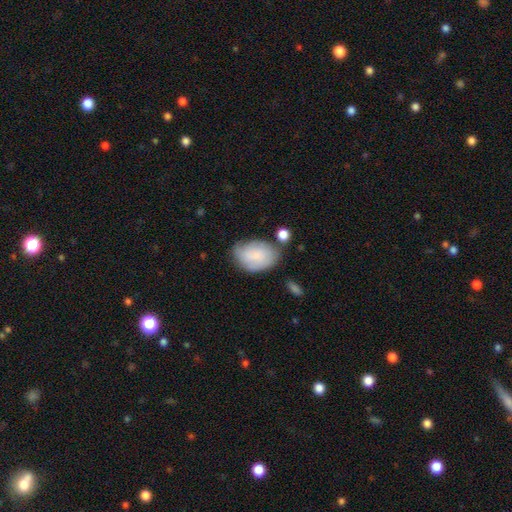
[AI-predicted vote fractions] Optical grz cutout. It shows a smooth galaxy with no disk features (72%) that is in between round and cigar-shaped (85%). Merging: none (54%).